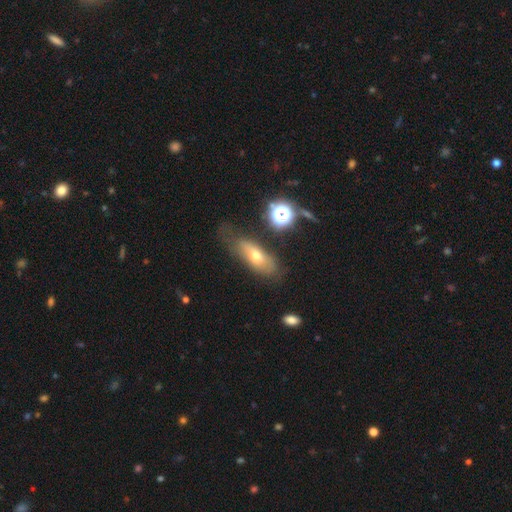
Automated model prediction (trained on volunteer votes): Smooth or featured? smooth (59%)
How rounded? in between (72%)
Merging? none (52%)